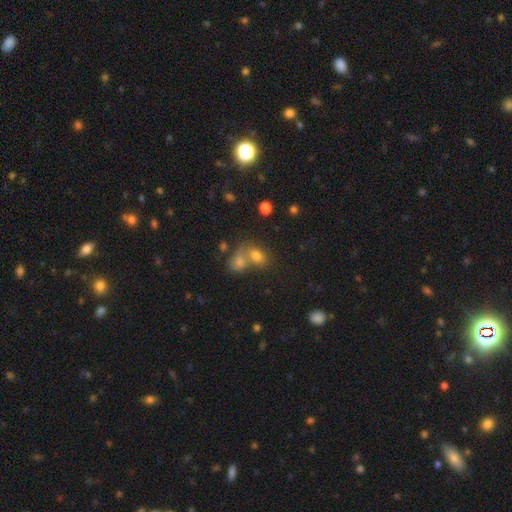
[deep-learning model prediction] This appears to be a smooth galaxy with no disk features (54%) that is round (65%). Merging: merger (52%).